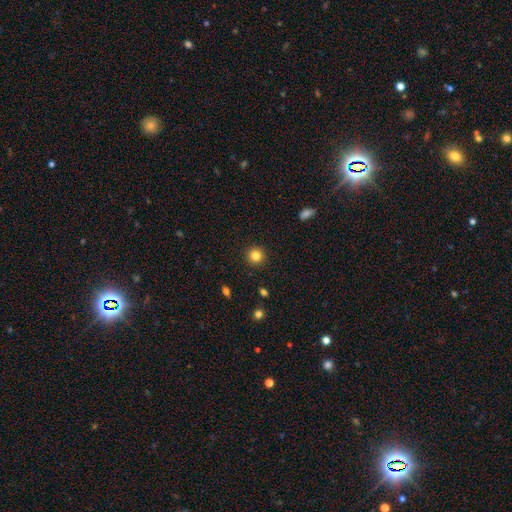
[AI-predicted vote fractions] smooth-or-featured: smooth: 84% | star or artifact: 11% | featured or disk: 5%
  how-rounded: round: 95% | in between: 4% | cigar-shaped: 1%
  merging: none: 93% | minor disturbance: 4% | major disturbance: 2% | merger: 1%